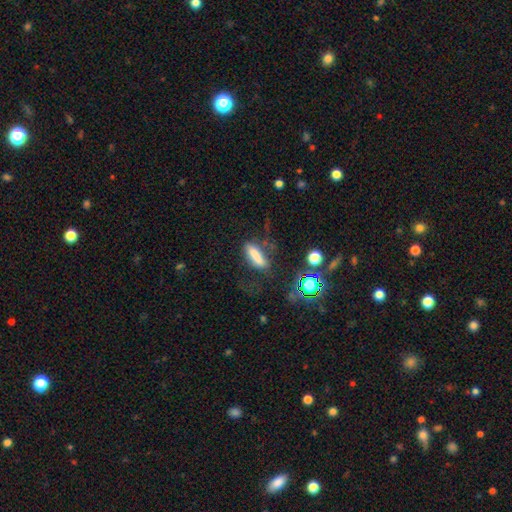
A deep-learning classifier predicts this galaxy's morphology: smooth-or-featured: smooth: 71% | featured or disk: 16% | star or artifact: 13%
  how-rounded: cigar-shaped: 52% | in between: 44% | round: 4%
  merging: none: 54% | minor disturbance: 22% | major disturbance: 19% | merger: 5%